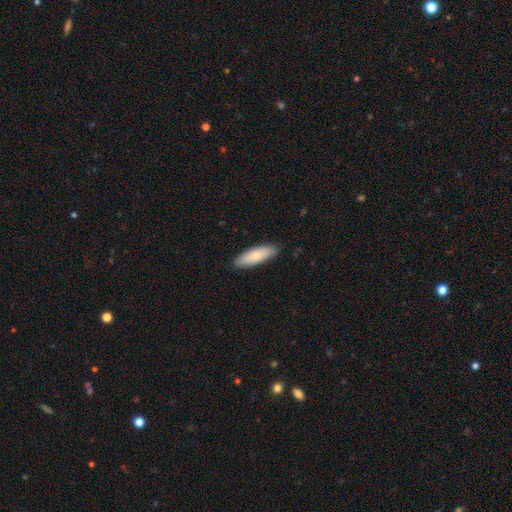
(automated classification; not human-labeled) smooth_or_featured: smooth (p=0.82) [alt: featured or disk p=0.12]
how_rounded: in between (p=0.51) [alt: cigar-shaped p=0.47]
merging: none (p=0.89) [alt: minor disturbance p=0.08]